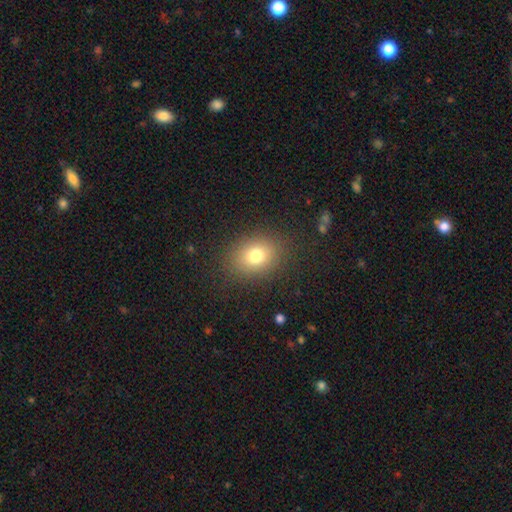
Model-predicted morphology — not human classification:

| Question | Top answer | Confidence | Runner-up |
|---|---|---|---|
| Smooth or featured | smooth | 76% | star or artifact (13%) |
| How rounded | in between | 57% | round (42%) |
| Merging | none | 85% | minor disturbance (9%) |